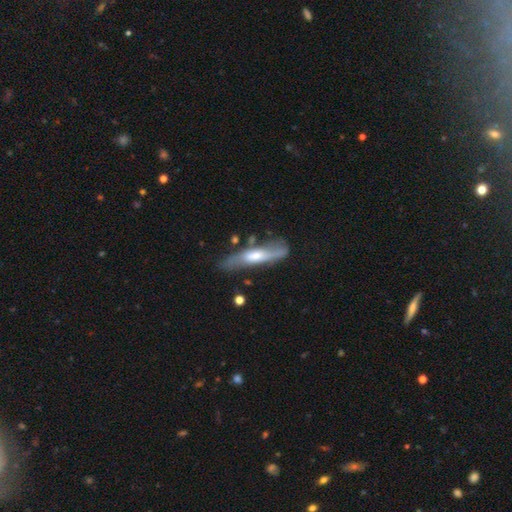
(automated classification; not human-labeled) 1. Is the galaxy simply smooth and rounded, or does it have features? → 58% featured or disk, 36% smooth, 6% star or artifact.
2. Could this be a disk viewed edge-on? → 55% yes, 45% no.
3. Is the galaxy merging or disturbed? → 60% none, 24% minor disturbance, 10% major disturbance, 6% merger.